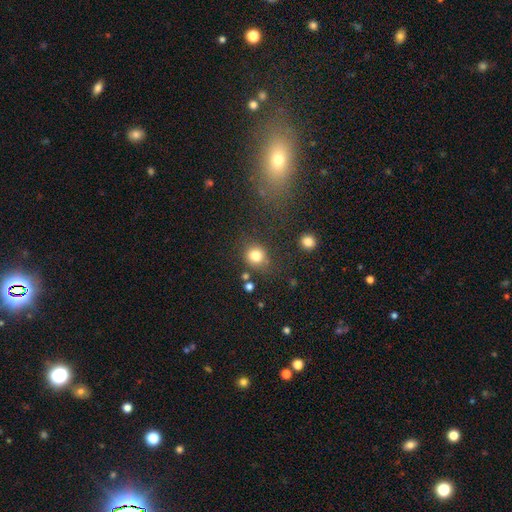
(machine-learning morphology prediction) A smooth galaxy with no disk features (82%) that is round (83%).

Vote fractions:
- Smooth or featured? smooth: 82% / star or artifact: 12% / featured or disk: 6%
- How rounded? round: 83% / in between: 16% / cigar-shaped: 1%
- Merging? none: 75% / minor disturbance: 13% / merger: 7% / major disturbance: 6%